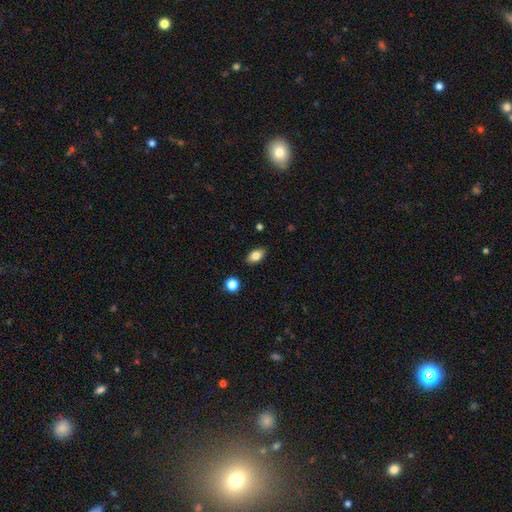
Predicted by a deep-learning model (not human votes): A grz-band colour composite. It shows a smooth galaxy with no disk features (81%) that is in between round and cigar-shaped (90%). Merging: none (88%).